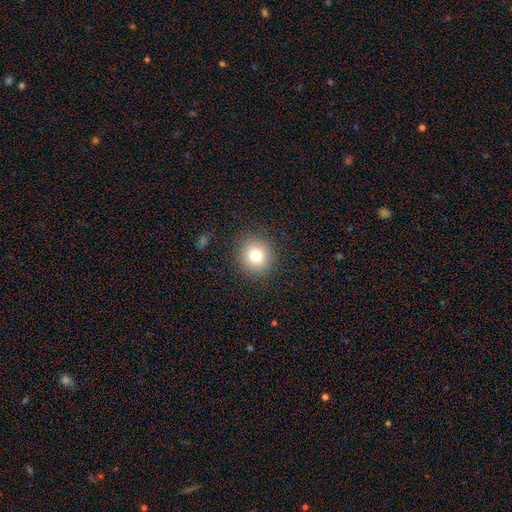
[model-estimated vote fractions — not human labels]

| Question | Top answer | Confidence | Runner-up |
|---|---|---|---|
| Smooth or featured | smooth | 78% | star or artifact (12%) |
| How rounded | round | 91% | in between (8%) |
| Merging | none | 89% | minor disturbance (7%) |